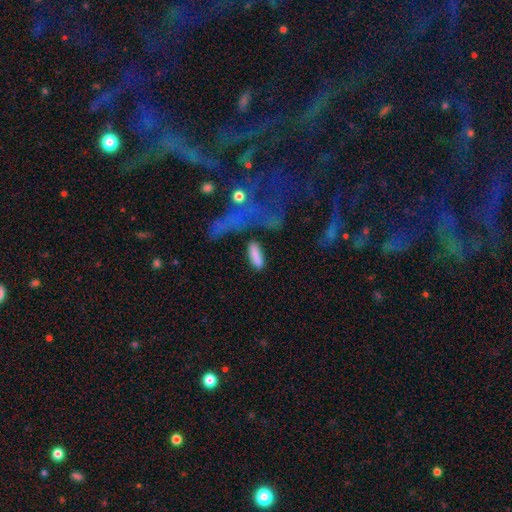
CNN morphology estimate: Smooth or featured? Predicted: smooth (p=0.84). How rounded? Predicted: in between (p=0.52). Merging? Predicted: none (p=0.68).